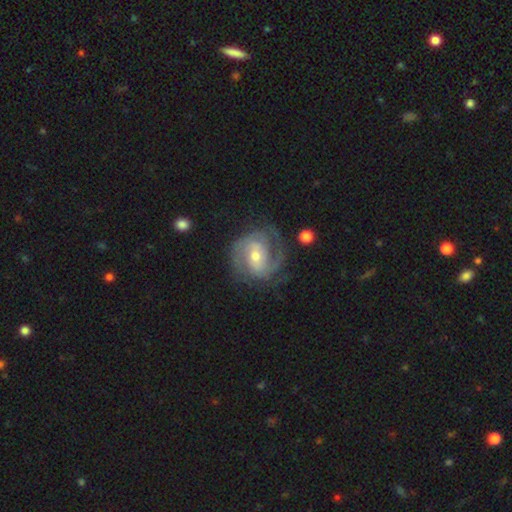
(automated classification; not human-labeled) Morphology: type=featured or disk (87%); edge-on=no (98%); bar=weak (44%); spiral arms=yes (96%); winding=medium (46%); arm count=2 (69%); bulge=moderate (55%); merging=none (69%).